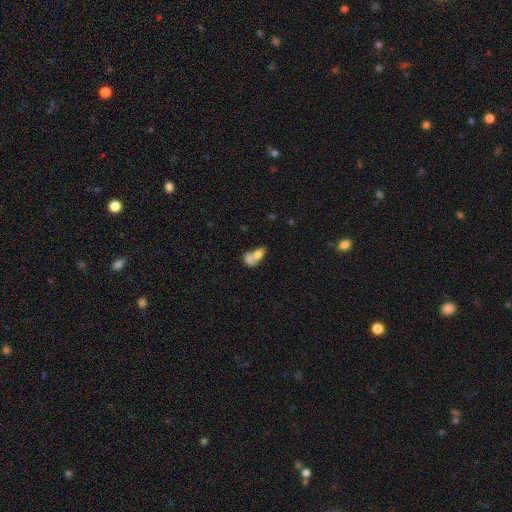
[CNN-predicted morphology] This appears to be a smooth galaxy with no disk features (72%) that is in between round and cigar-shaped (76%). Merging: merger (71%).